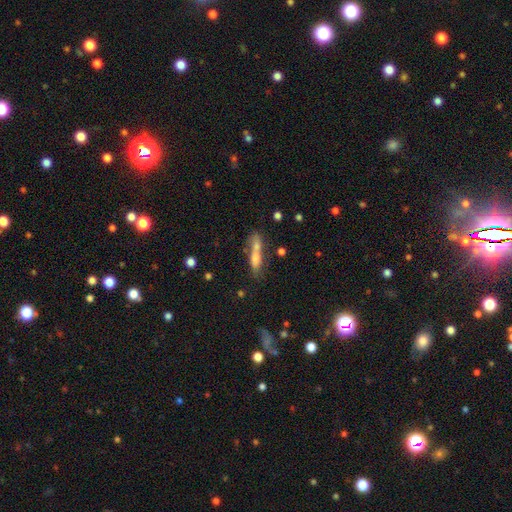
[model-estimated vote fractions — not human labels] A smooth galaxy with no disk features (66%) that is cigar-shaped (68%). Merging: none (42%).